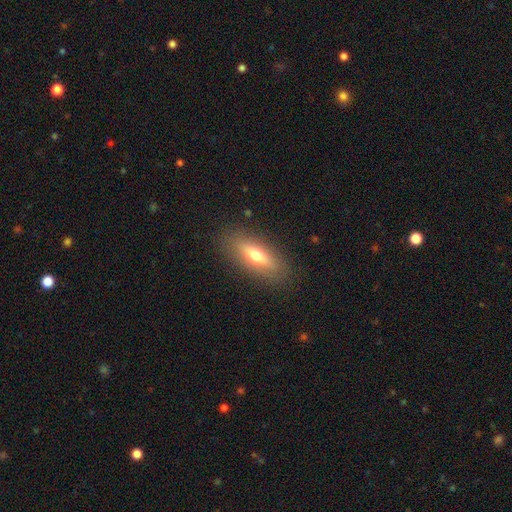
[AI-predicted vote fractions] Q: Smooth or featured?
A: smooth (62%); runner-up: featured or disk (31%)
Q: How rounded?
A: in between (59%); runner-up: cigar-shaped (38%)
Q: Merging?
A: none (86%); runner-up: minor disturbance (9%)